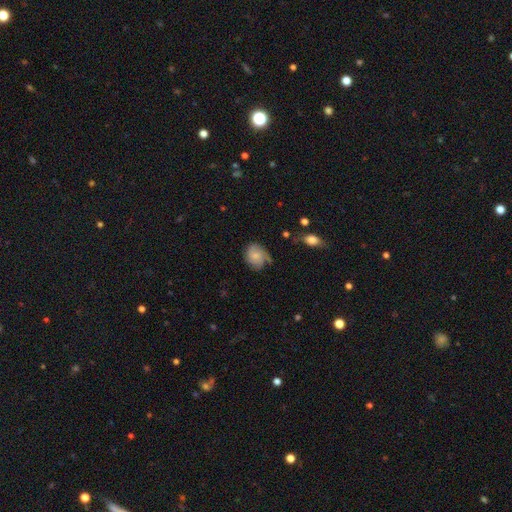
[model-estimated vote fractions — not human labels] Q: Smooth or featured?
A: smooth (49%); runner-up: featured or disk (43%)
Q: Merging?
A: none (55%); runner-up: minor disturbance (30%)